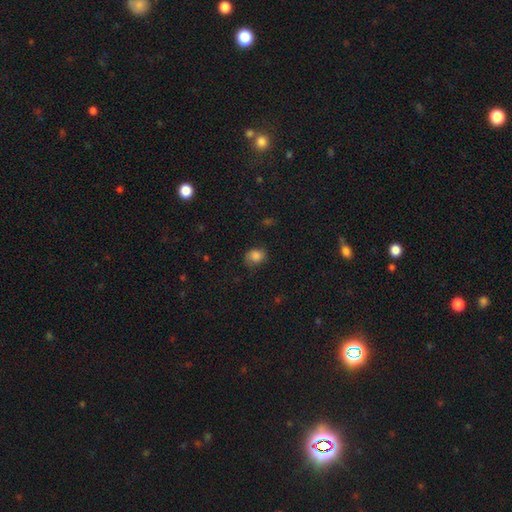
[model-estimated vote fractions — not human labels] Q: Smooth or featured?
A: smooth (83%); runner-up: star or artifact (10%)
Q: How rounded?
A: round (54%); runner-up: in between (45%)
Q: Merging?
A: none (61%); runner-up: minor disturbance (28%)